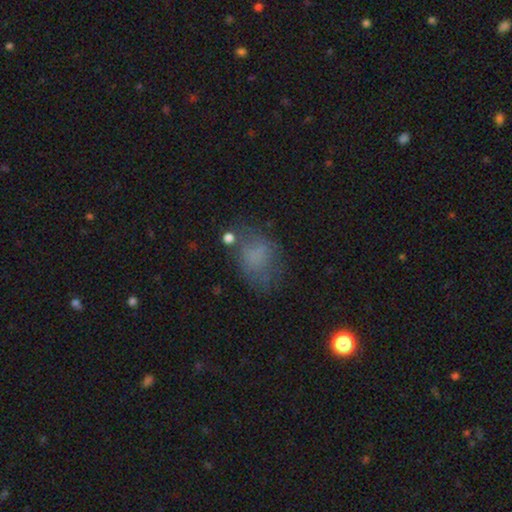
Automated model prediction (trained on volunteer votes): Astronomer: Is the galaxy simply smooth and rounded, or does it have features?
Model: smooth — 64%.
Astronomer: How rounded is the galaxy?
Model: in between — 68%.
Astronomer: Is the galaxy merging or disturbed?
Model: none — 51%.